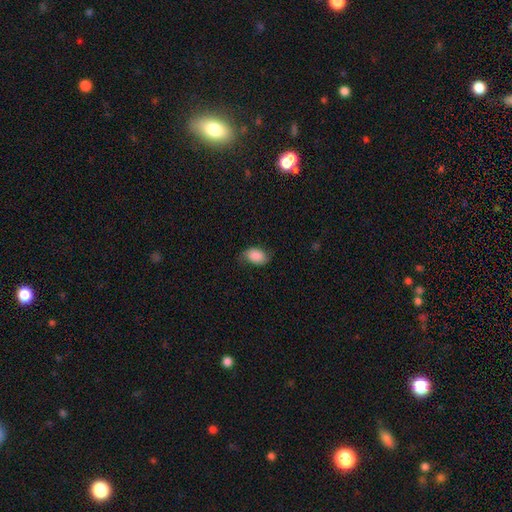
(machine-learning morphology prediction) smooth 85%, featured or disk 8%, star or artifact 7%. Down the decision tree: how rounded — in between (86%); merging — none (67%).